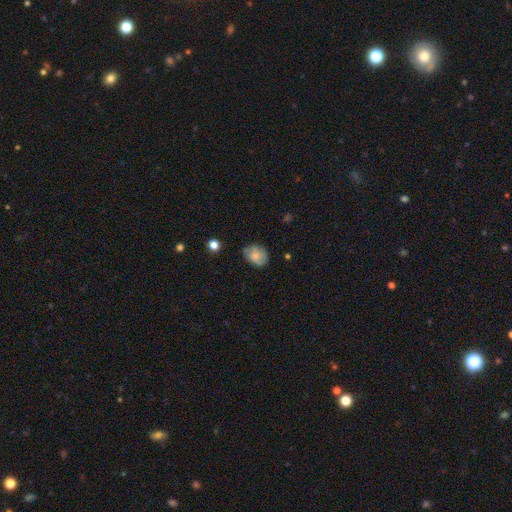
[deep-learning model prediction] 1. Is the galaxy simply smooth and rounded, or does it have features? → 74% smooth, 18% featured or disk, 8% star or artifact.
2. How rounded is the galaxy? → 65% in between, 34% round, 1% cigar-shaped.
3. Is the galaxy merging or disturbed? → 68% none, 25% minor disturbance, 5% major disturbance, 2% merger.